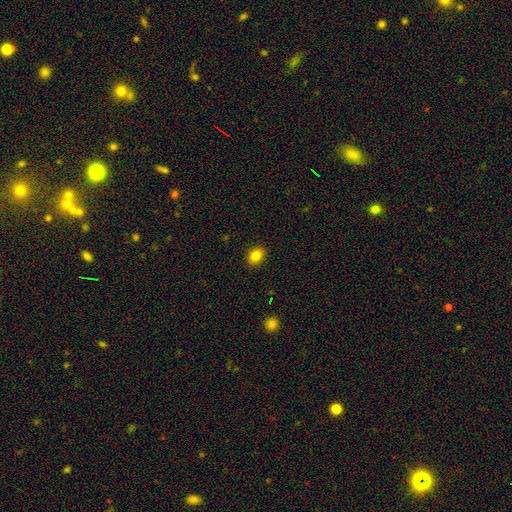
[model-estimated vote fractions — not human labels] This is clearly a smooth galaxy (84%). How rounded: possibly in between (56%). Merging: clearly none (90%).